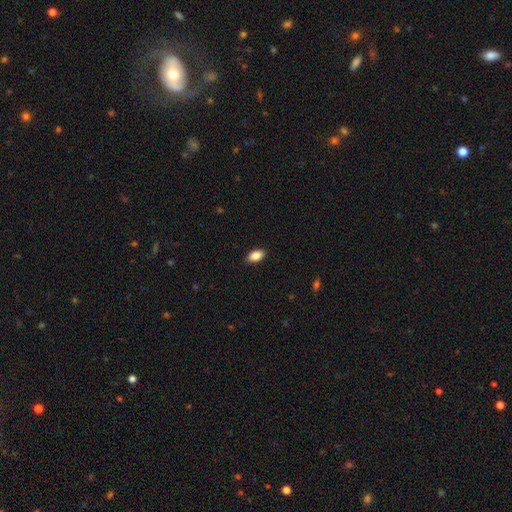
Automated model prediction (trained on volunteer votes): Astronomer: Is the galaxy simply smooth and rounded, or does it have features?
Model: smooth — 87%.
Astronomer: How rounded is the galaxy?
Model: in between — 92%.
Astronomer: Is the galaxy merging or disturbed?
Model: none — 89%.